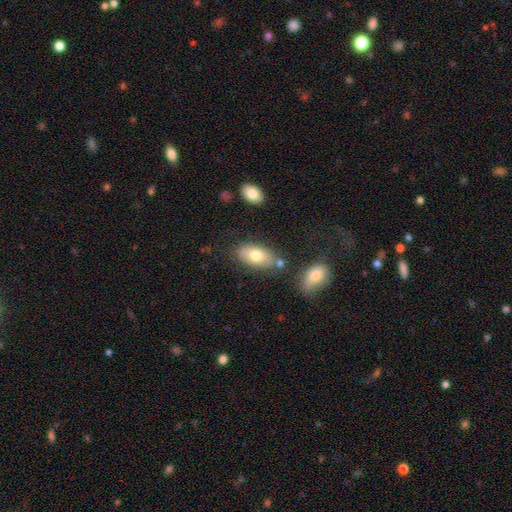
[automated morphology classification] type=smooth (73%); roundness=in between (93%); merging=none (72%).